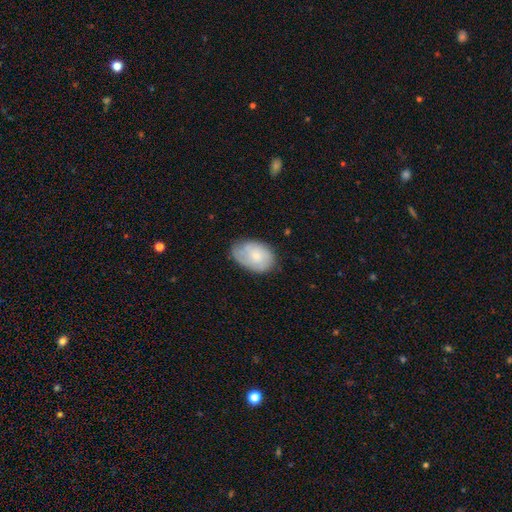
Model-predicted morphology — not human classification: A smooth galaxy with no disk features (56%) that is in between round and cigar-shaped (82%). Merging: none (60%).